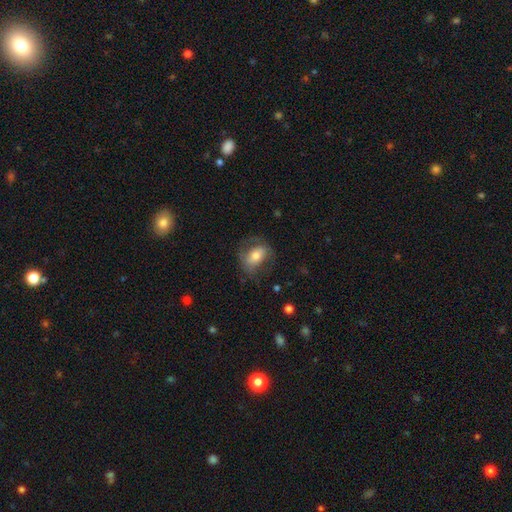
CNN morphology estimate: This is possibly a smooth galaxy (58%). How rounded: likely in between (80%). Merging: possibly none (60%).